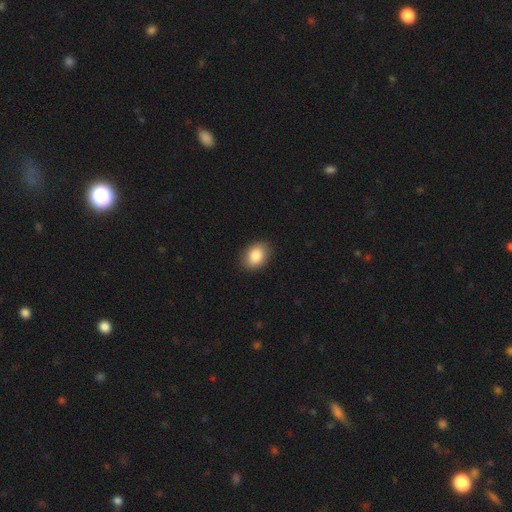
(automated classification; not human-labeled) The model was most divided on "how rounded": in between: 68%, round: 30%, cigar-shaped: 1%. More confident: merging — none (89%); smooth or featured — smooth (86%).